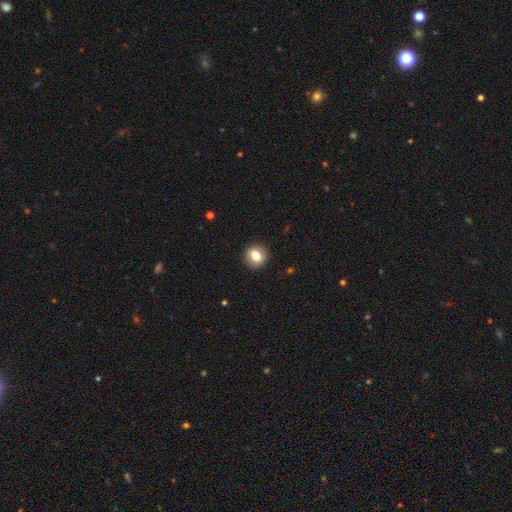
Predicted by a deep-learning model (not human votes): Overall: smooth (77%). How rounded: round (74%). Merging: none (89%).